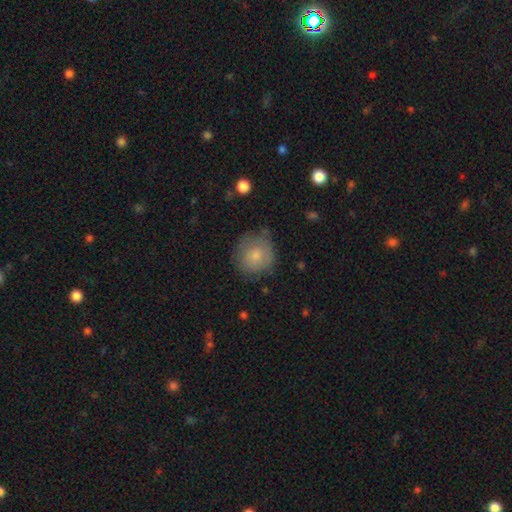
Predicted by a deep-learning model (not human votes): Smooth or featured? smooth (77%)
How rounded? round (87%)
Merging? none (64%)